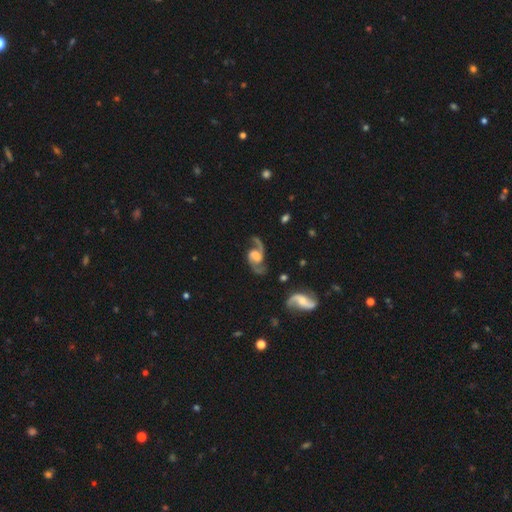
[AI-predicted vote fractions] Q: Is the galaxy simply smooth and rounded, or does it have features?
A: featured or disk — 90%.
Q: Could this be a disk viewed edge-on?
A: no — 97%.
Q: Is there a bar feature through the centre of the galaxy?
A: weak — 47%.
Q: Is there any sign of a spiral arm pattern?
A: yes — 97%.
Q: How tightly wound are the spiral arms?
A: loose — 52%.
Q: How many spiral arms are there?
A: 2 — 93%.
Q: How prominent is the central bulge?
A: moderate — 32%.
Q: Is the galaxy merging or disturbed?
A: none — 72%.